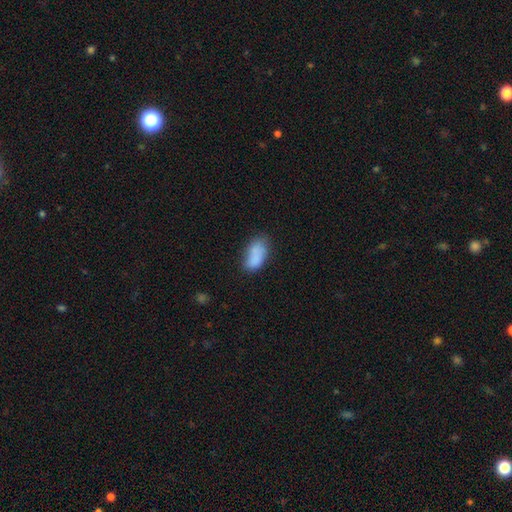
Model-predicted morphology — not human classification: A smooth galaxy with no disk features (81%) that is in between round and cigar-shaped (92%). Merging: none (56%).